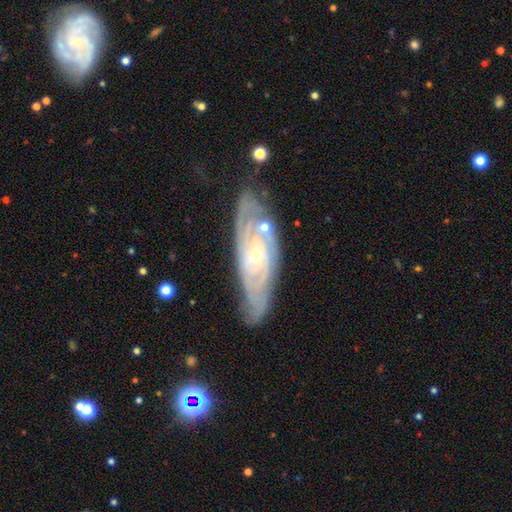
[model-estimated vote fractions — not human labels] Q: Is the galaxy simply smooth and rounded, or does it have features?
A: featured or disk — 84%.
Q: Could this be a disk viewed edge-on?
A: no — 86%.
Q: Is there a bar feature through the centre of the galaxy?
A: no — 67%.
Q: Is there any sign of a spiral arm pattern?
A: yes — 93%.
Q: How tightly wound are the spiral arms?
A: tight — 74%.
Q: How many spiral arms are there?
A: can't tell — 42%.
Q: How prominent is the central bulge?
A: small — 65%.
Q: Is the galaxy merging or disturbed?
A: none — 73%.